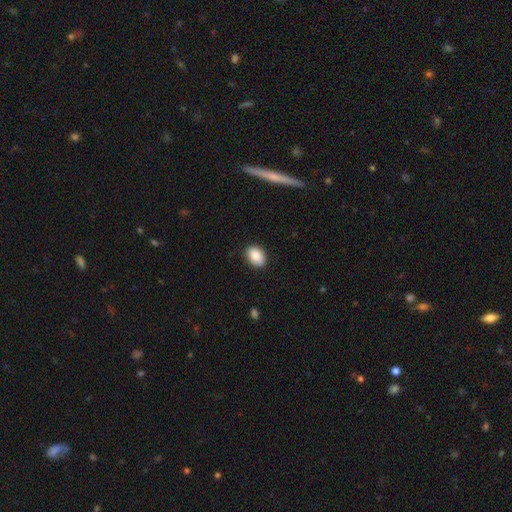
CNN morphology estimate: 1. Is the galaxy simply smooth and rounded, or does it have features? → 87% smooth, 7% star or artifact, 5% featured or disk.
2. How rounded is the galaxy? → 83% in between, 16% round, 1% cigar-shaped.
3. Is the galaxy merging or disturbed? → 87% none, 10% minor disturbance, 2% major disturbance, 1% merger.